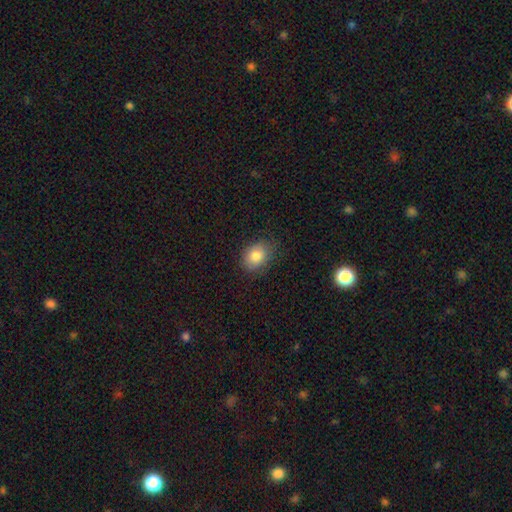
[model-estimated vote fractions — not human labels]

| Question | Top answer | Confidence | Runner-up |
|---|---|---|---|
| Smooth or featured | smooth | 82% | featured or disk (9%) |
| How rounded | in between | 62% | round (37%) |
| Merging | none | 77% | minor disturbance (18%) |